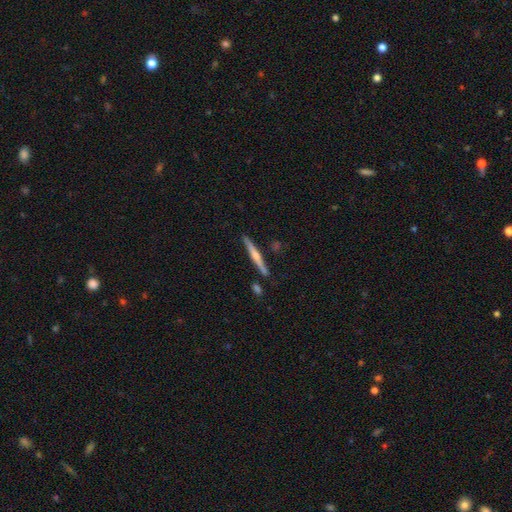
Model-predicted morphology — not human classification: Overall: featured or disk (65%; smooth 30%). Edge-on disk: yes (98%). Edge-on bulge: rounded (73%). Merging: none (86%).